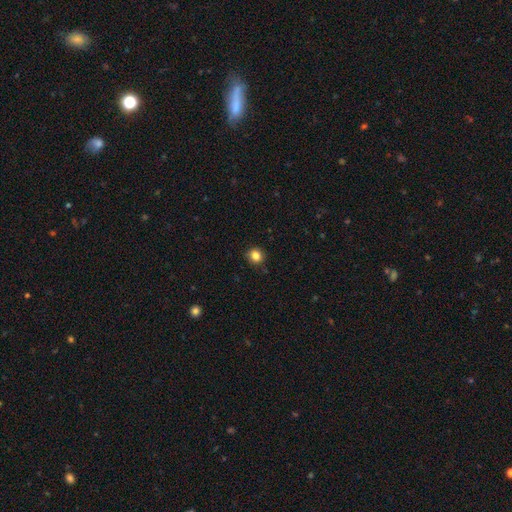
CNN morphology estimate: type=smooth (84%); roundness=round (86%); merging=none (88%).